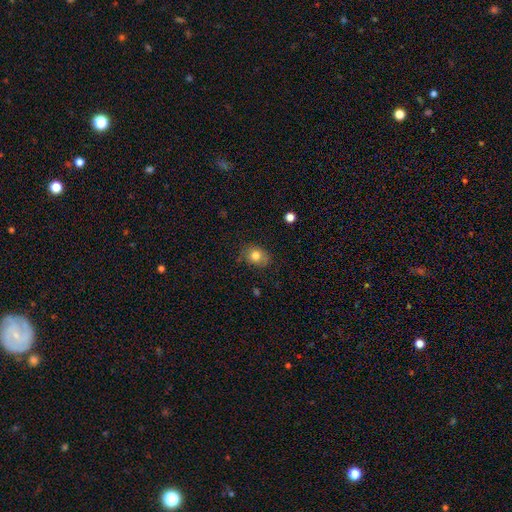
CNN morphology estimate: type=smooth (80%); roundness=in between (52%); merging=none (75%).